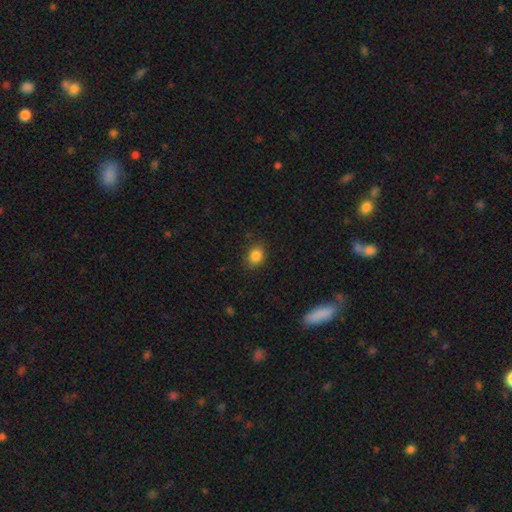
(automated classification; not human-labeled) Smooth or featured?
  - smooth: 85% *
  - star or artifact: 10%
  - featured or disk: 5%
How rounded?
  - in between: 57% *
  - round: 42%
  - cigar-shaped: 1%
Merging?
  - none: 82% *
  - minor disturbance: 13%
  - major disturbance: 3%
  - merger: 1%